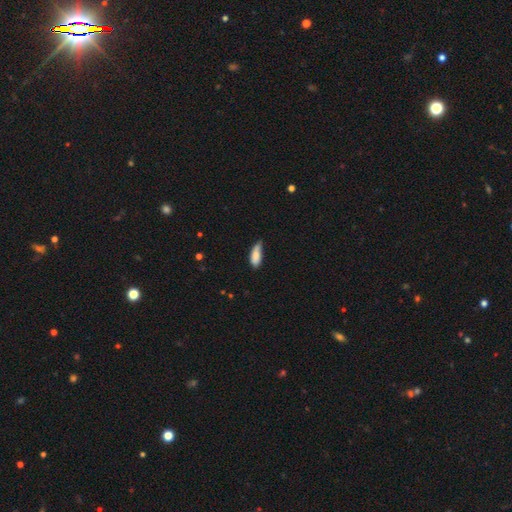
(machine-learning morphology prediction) smooth_or_featured: smooth (p=0.81) [alt: featured or disk p=0.12]
how_rounded: in between (p=0.76) [alt: cigar-shaped p=0.22]
merging: minor disturbance (p=0.45) [alt: none p=0.39]